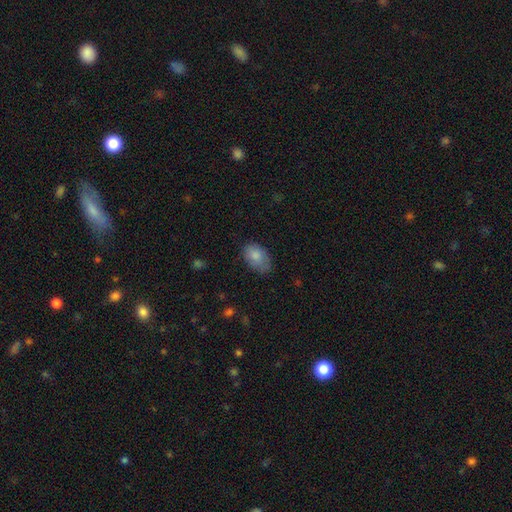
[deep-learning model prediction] smooth 84%, featured or disk 9%, star or artifact 7%. Down the decision tree: how rounded — in between (89%); merging — none (64%).